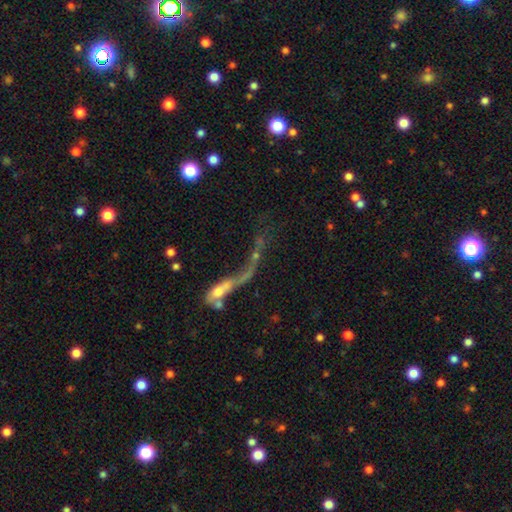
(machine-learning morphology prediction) A featured or disk galaxy (48%).

Vote fractions:
- Smooth or featured? featured or disk: 48% / smooth: 28% / star or artifact: 25%
- Merging? merger: 36% / major disturbance: 32% / none: 22% / minor disturbance: 10%